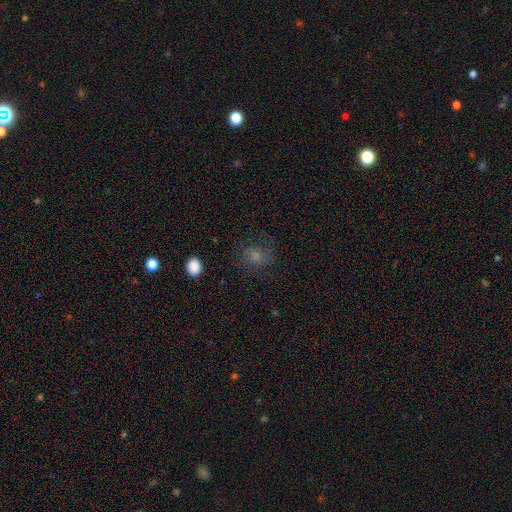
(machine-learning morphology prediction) This appears to be a smooth galaxy with no disk features (59%) that is round (68%). Merging: none (64%).